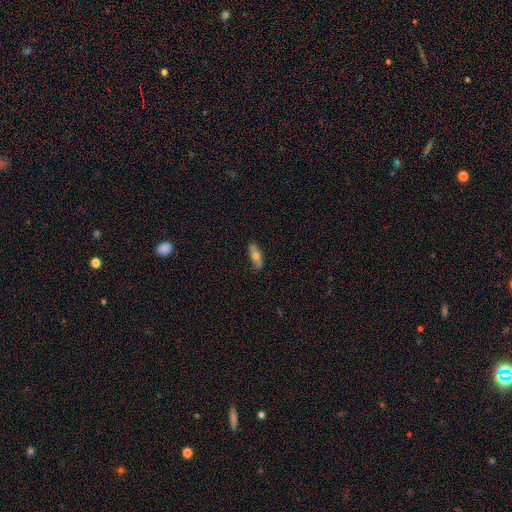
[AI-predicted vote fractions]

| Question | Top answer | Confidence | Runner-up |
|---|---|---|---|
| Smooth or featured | smooth | 60% | featured or disk (34%) |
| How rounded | in between | 55% | cigar-shaped (42%) |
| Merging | none | 84% | minor disturbance (12%) |